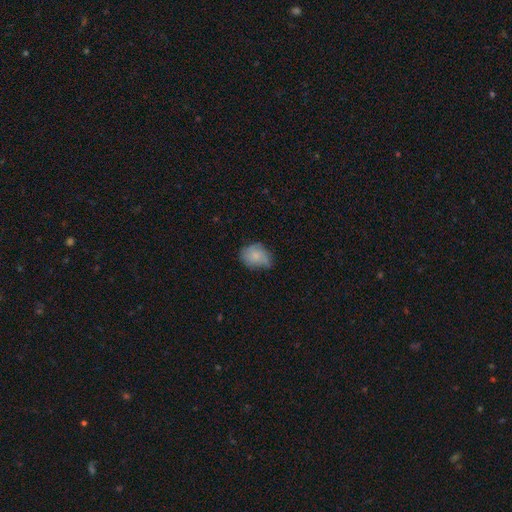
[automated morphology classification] smooth-or-featured: smooth: 70% | featured or disk: 22% | star or artifact: 8%
  how-rounded: in between: 59% | round: 39% | cigar-shaped: 1%
  merging: none: 48% | minor disturbance: 38% | major disturbance: 12% | merger: 2%